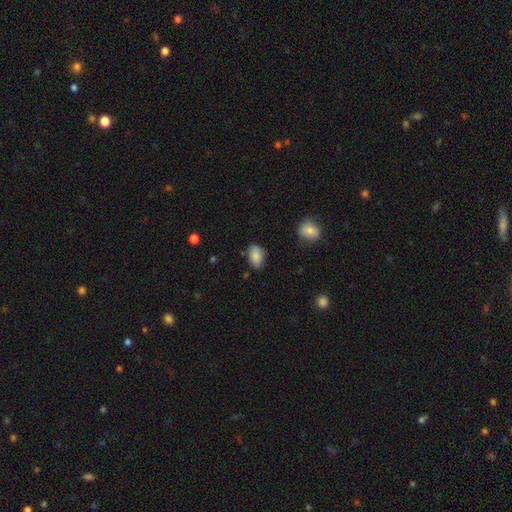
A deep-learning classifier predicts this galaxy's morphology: Overall: smooth (87%). How rounded: in between (86%). Merging: none (79%).